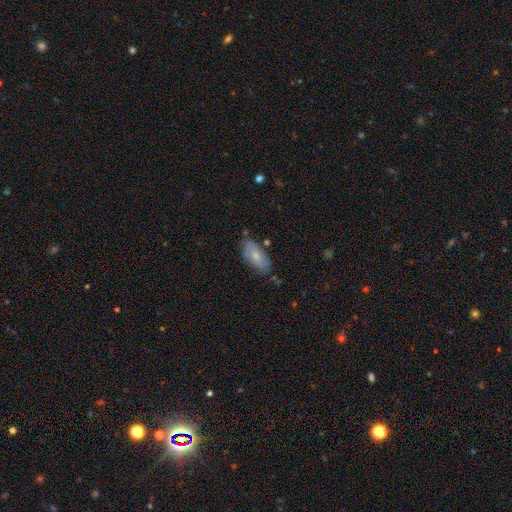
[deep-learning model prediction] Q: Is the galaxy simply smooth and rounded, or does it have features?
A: smooth — 65%.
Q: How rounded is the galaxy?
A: in between — 87%.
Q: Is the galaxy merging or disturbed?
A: none — 70%.